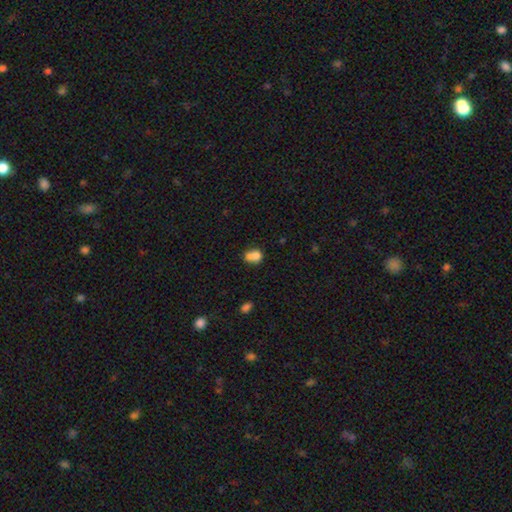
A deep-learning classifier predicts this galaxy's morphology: Smooth or featured? Predicted: smooth (p=0.76). How rounded? Predicted: in between (p=0.52). Merging? Predicted: merger (p=0.45).